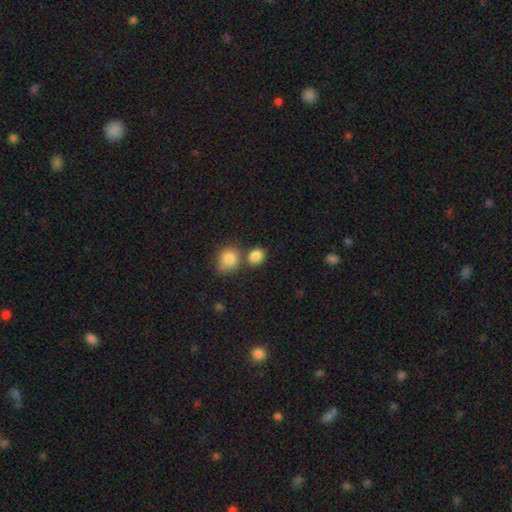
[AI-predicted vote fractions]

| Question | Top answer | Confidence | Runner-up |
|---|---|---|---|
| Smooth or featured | smooth | 85% | star or artifact (10%) |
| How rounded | round | 61% | in between (38%) |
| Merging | none | 62% | merger (24%) |